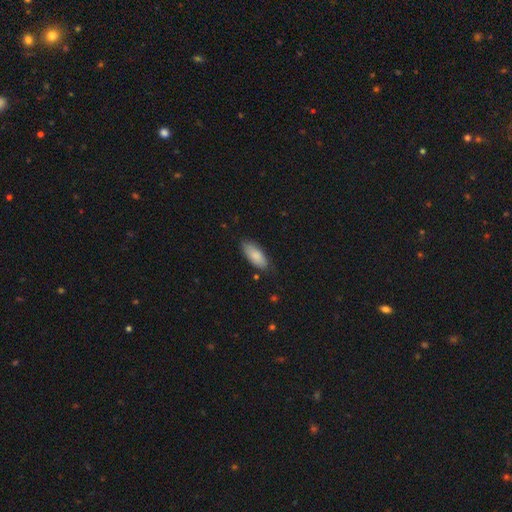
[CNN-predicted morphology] Smooth or featured? smooth (84%)
How rounded? in between (82%)
Merging? none (78%)